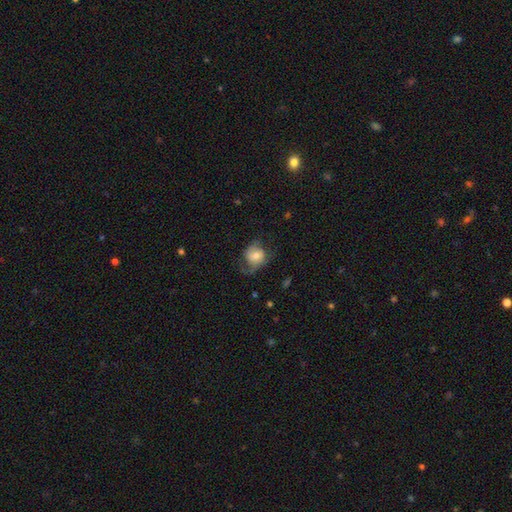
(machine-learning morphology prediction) A smooth galaxy with no disk features (50%) that is round (64%).

Vote fractions:
- Smooth or featured? smooth: 50% / featured or disk: 41% / star or artifact: 8%
- How rounded? round: 64% / in between: 35% / cigar-shaped: 1%
- Merging? none: 50% / minor disturbance: 26% / major disturbance: 22% / merger: 1%